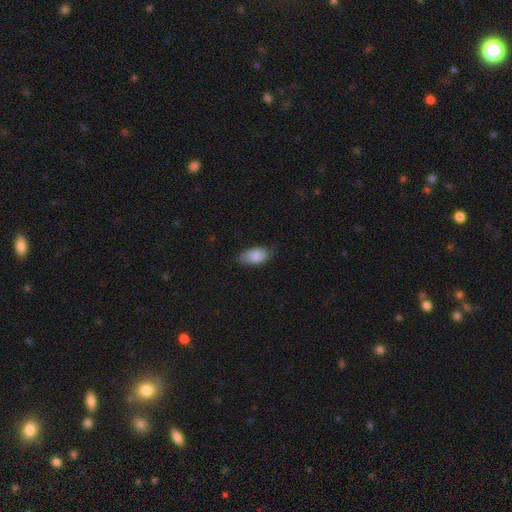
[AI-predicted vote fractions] Morphology: type=smooth (88%); roundness=in between (93%); merging=none (72%).